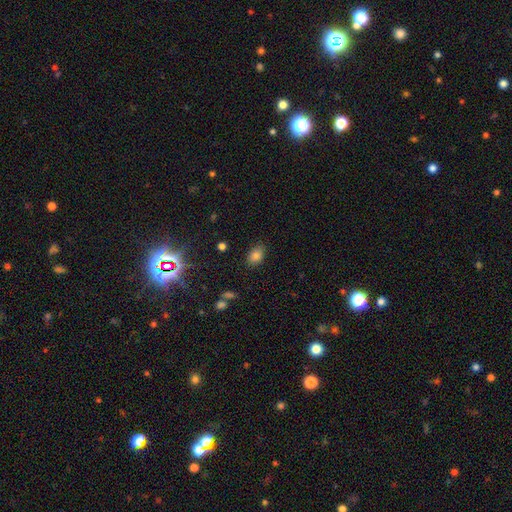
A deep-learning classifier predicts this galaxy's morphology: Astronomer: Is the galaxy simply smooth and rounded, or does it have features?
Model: smooth — 80%.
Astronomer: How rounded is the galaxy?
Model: in between — 80%.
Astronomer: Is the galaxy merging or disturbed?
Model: none — 82%.